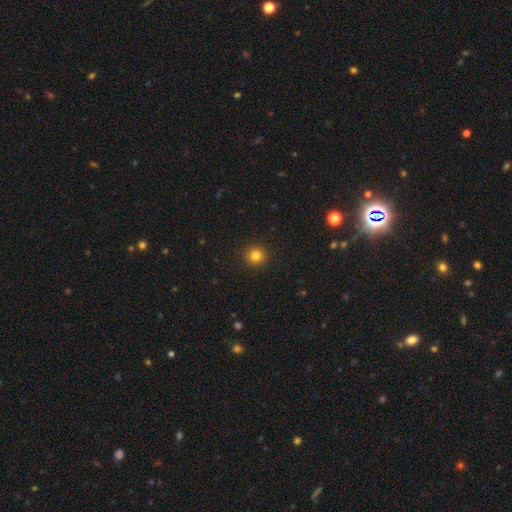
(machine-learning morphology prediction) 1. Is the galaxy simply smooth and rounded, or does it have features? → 82% smooth, 13% star or artifact, 5% featured or disk.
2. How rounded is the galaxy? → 94% round, 5% in between, 1% cigar-shaped.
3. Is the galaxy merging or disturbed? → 93% none, 5% minor disturbance, 2% major disturbance, 1% merger.